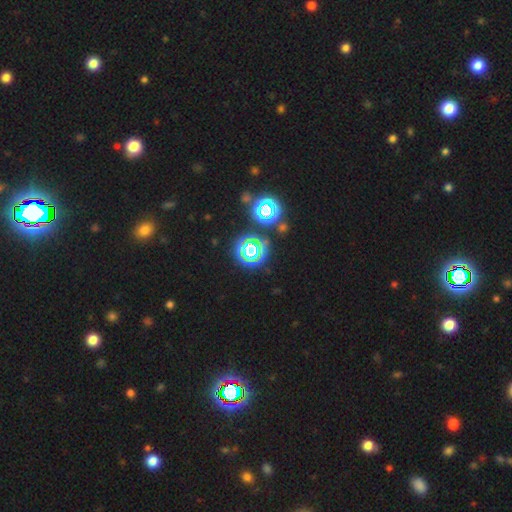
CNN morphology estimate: star or artifact 62%, smooth 32%, featured or disk 6%.